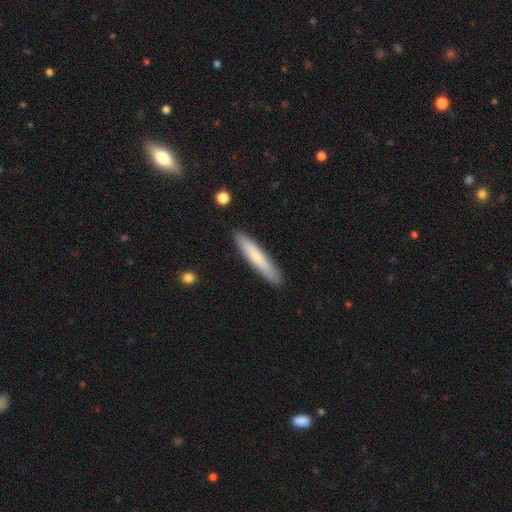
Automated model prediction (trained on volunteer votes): Smooth or featured? smooth (73%)
How rounded? cigar-shaped (92%)
Merging? none (90%)